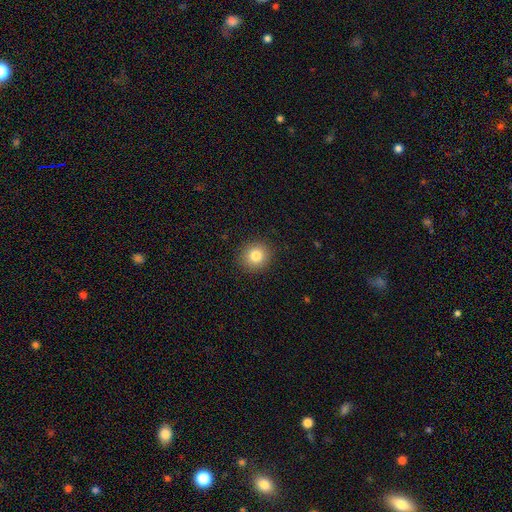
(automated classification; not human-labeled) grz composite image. It shows a smooth galaxy with no disk features (83%) that is round (86%). Merging: none (91%).